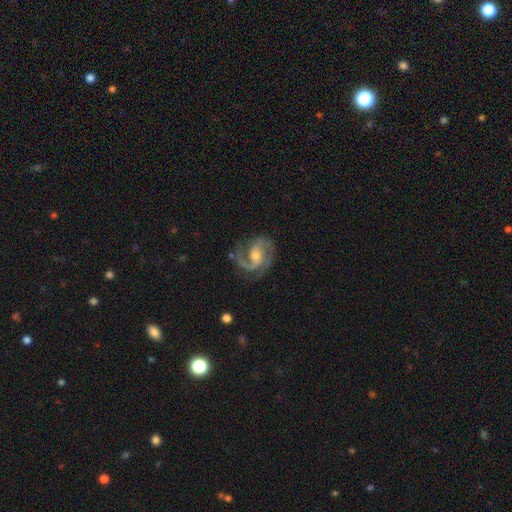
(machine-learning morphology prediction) A featured or disk galaxy (91%) with no bar (43%), 2 (83%) medium (57%) spiral arms (98%) and a moderate central bulge (52%).

Vote fractions:
- Smooth or featured? featured or disk: 91% / star or artifact: 5% / smooth: 4%
- Edge-on disk? no: 98% / yes: 2%
- Bar? no: 43% / weak: 41% / strong: 16%
- Spiral arms? yes: 98% / no: 2%
- Spiral winding? medium: 57% / tight: 29% / loose: 13%
- Spiral arm count? 2: 83% / 3: 8% / can't tell: 3% / 1: 3% / 4: 2% / more than 4: 2%
- Bulge size? moderate: 52% / small: 43% / large: 3% / none: 2% / dominant: 1%
- Merging? none: 74% / minor disturbance: 17% / major disturbance: 8% / merger: 2%